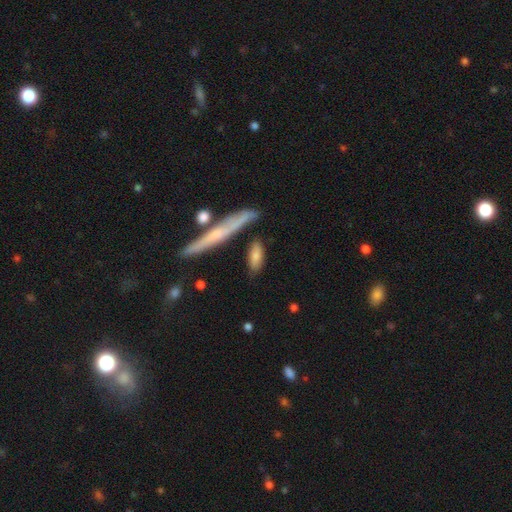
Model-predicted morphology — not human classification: Q: Smooth or featured?
A: smooth (74%); runner-up: featured or disk (20%)
Q: How rounded?
A: in between (60%); runner-up: cigar-shaped (37%)
Q: Merging?
A: none (74%); runner-up: minor disturbance (15%)